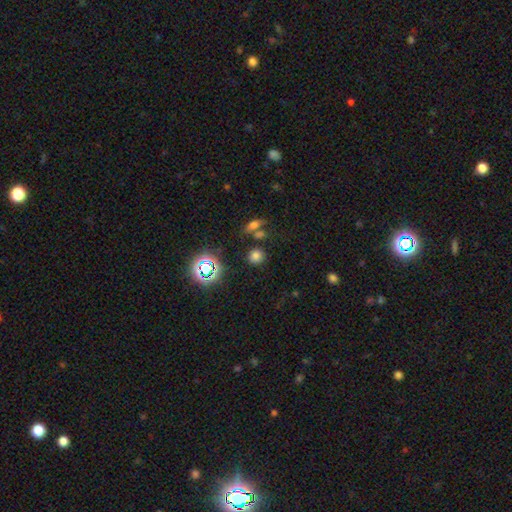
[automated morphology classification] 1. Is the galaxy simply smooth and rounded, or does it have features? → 71% smooth, 22% star or artifact, 7% featured or disk.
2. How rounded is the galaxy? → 88% round, 11% in between, 1% cigar-shaped.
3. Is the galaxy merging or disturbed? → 78% none, 9% merger, 9% minor disturbance, 4% major disturbance.